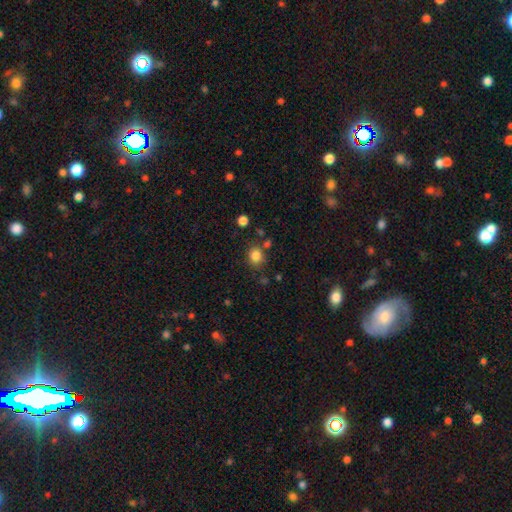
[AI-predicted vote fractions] smooth_or_featured: smooth (p=0.83) [alt: star or artifact p=0.12]
how_rounded: round (p=0.69) [alt: in between p=0.30]
merging: none (p=0.78) [alt: minor disturbance p=0.11]